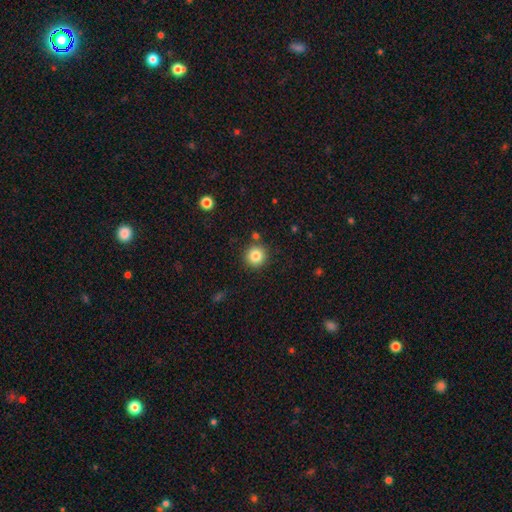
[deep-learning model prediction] smooth-or-featured: smooth: 83% | star or artifact: 11% | featured or disk: 6%
  how-rounded: round: 94% | in between: 5% | cigar-shaped: 1%
  merging: none: 88% | minor disturbance: 7% | merger: 4% | major disturbance: 2%